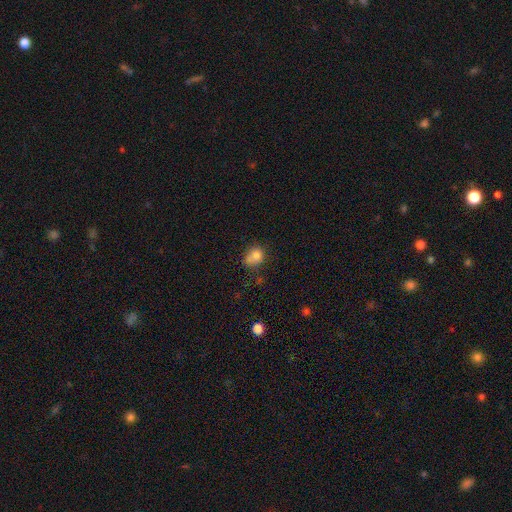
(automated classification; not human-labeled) A smooth galaxy with no disk features (80%) that is round (53%). Merging: none (45%).